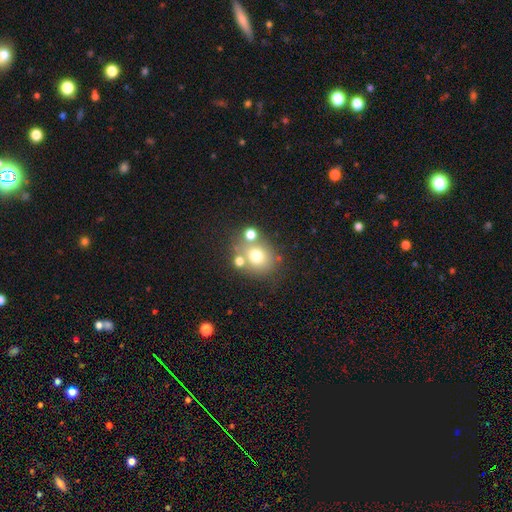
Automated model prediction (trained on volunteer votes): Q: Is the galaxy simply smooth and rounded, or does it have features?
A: smooth — 66%.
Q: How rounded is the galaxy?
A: round — 77%.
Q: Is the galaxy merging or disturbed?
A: none — 60%.